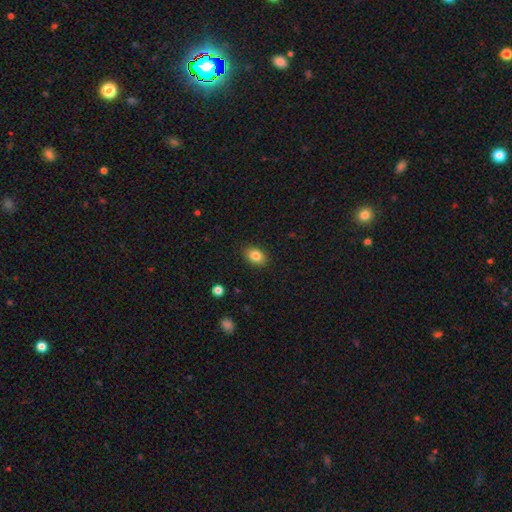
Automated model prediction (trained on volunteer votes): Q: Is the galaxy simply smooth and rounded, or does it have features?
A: smooth — 84%.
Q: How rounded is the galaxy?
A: in between — 78%.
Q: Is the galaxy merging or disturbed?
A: none — 88%.